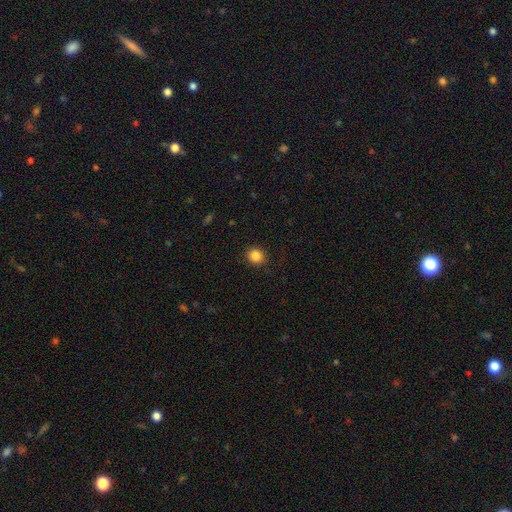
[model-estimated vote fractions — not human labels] The model was most divided on "smooth or featured": smooth: 86%, star or artifact: 11%, featured or disk: 4%. More confident: merging — none (90%); how rounded — round (88%).